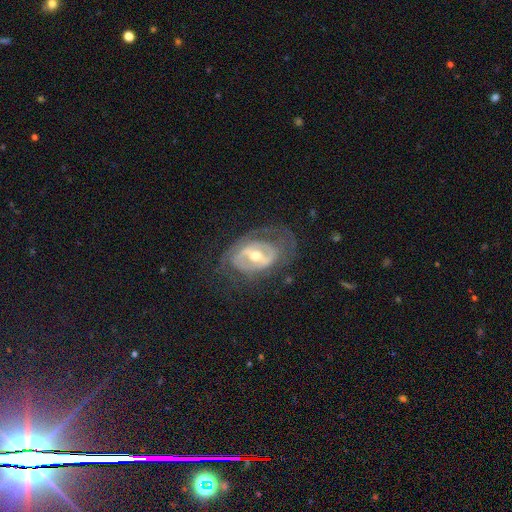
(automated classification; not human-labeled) Morphology: type=featured or disk (82%); edge-on=no (94%); bar=strong (46%); spiral arms=yes (70%); winding=tight (48%); arm count=2 (50%); bulge=moderate (71%); merging=none (61%).